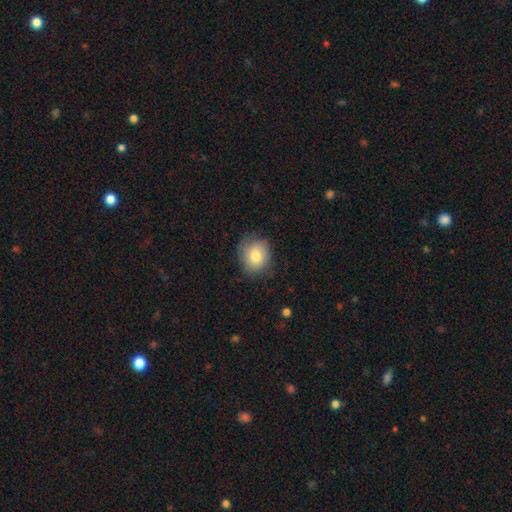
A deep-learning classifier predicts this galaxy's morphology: This is likely a smooth galaxy (78%). How rounded: likely round (70%). Merging: likely none (74%).